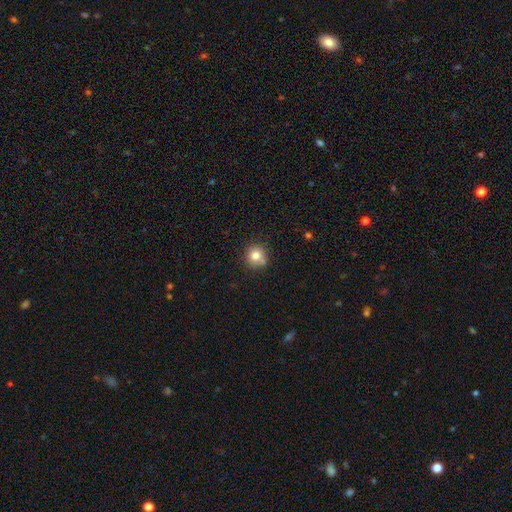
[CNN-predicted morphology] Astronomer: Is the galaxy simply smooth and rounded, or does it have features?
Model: smooth — 80%.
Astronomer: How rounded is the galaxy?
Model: round — 91%.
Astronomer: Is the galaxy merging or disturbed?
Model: none — 73%.